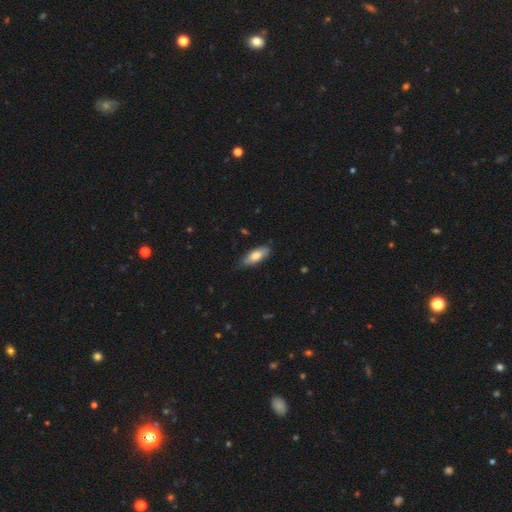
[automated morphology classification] type=smooth (74%); roundness=in between (75%); merging=none (70%).